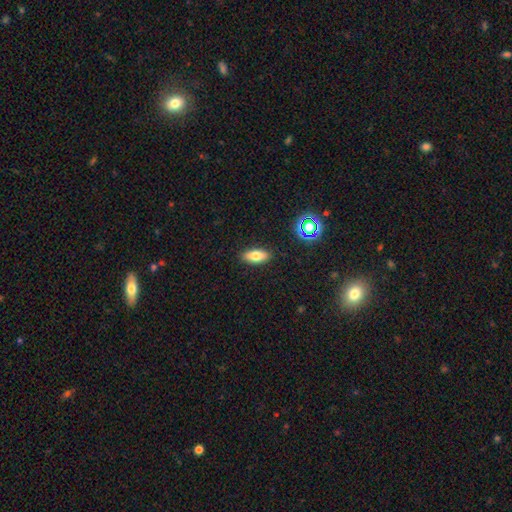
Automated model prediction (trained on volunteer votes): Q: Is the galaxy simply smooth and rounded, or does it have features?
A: smooth — 74%.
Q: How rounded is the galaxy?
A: in between — 80%.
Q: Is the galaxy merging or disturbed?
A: none — 89%.